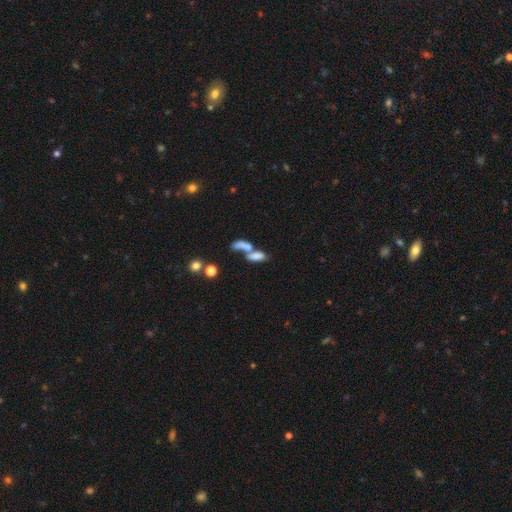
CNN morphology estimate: Smooth or featured: smooth — 67% (featured or disk — 22%)
How rounded: in between — 69% (cigar-shaped — 25%)
Merging: merger — 66% (none — 19%)